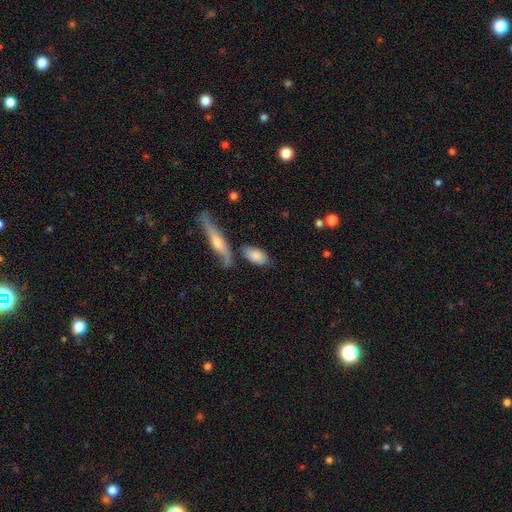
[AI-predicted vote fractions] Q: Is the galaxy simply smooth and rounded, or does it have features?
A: smooth — 79%.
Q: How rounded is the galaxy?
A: in between — 89%.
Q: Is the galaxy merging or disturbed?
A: none — 61%.